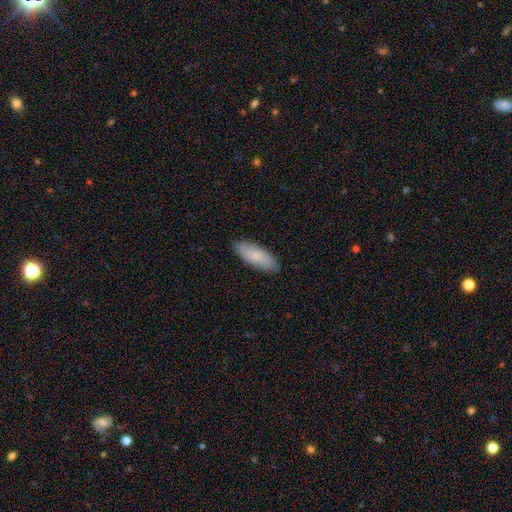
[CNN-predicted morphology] smooth_or_featured: smooth (p=0.83) [alt: featured or disk p=0.11]
how_rounded: in between (p=0.71) [alt: cigar-shaped p=0.27]
merging: none (p=0.88) [alt: minor disturbance p=0.09]